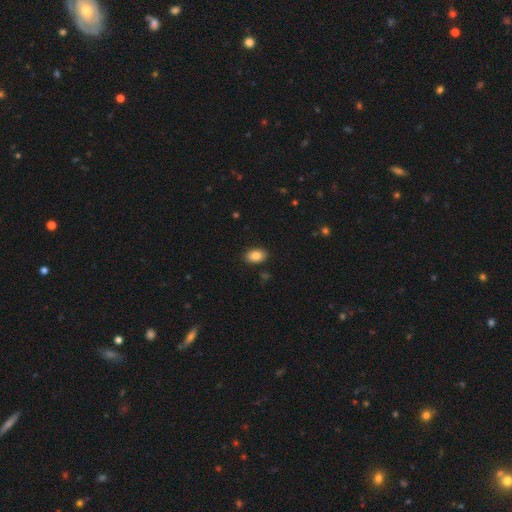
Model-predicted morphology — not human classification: Overall: smooth (87%). How rounded: in between (86%). Merging: none (89%).